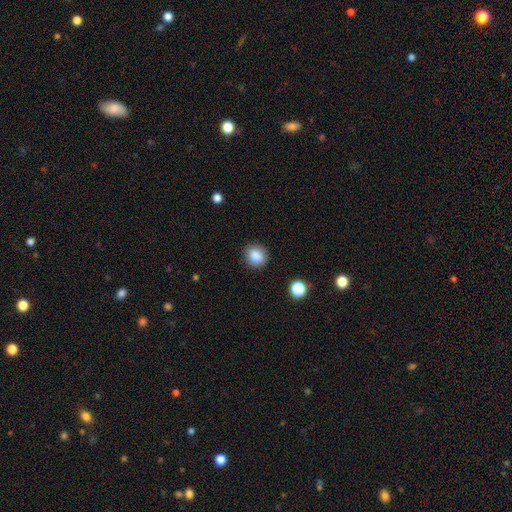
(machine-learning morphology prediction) smooth_or_featured: smooth (p=0.86) [alt: star or artifact p=0.10]
how_rounded: round (p=0.79) [alt: in between p=0.20]
merging: none (p=0.86) [alt: minor disturbance p=0.10]